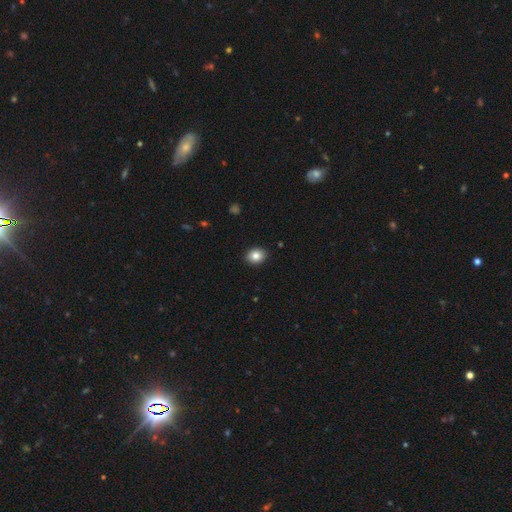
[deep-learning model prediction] This appears to be a smooth galaxy with no disk features (84%) that is round (53%). Merging: none (90%).